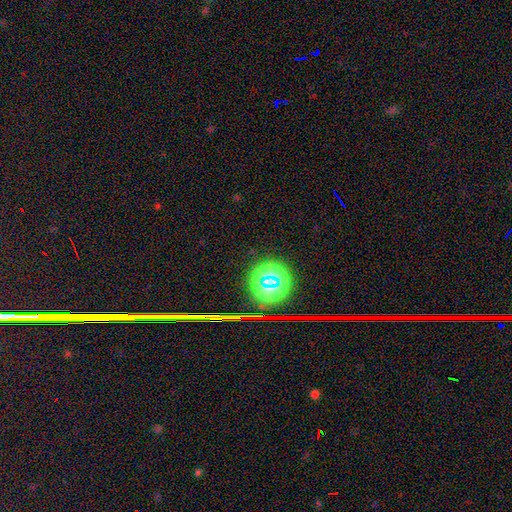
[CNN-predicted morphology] This is likely a star or artifact rather than a galaxy (72%).